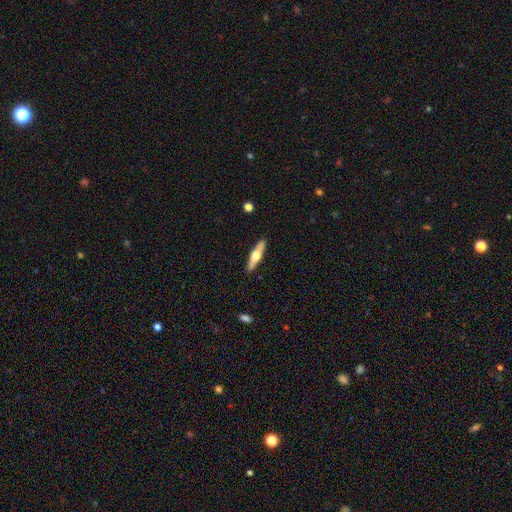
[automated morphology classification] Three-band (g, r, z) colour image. It shows a featured or disk galaxy (57%) viewed edge-on (93%) with a rounded central bulge (94%). Merging: none (90%).